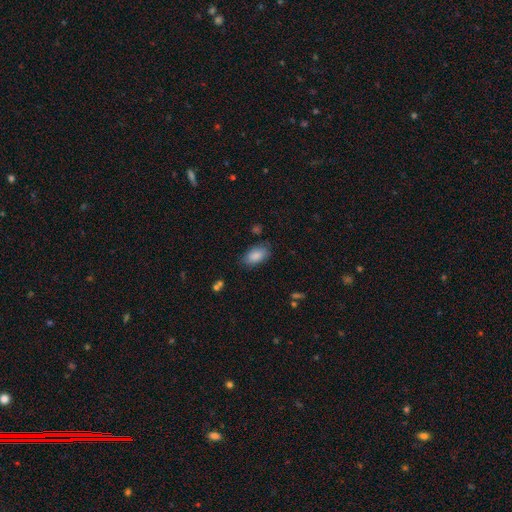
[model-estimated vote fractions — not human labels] Q: Smooth or featured?
A: smooth (87%); runner-up: star or artifact (7%)
Q: How rounded?
A: in between (93%); runner-up: round (4%)
Q: Merging?
A: none (79%); runner-up: minor disturbance (15%)